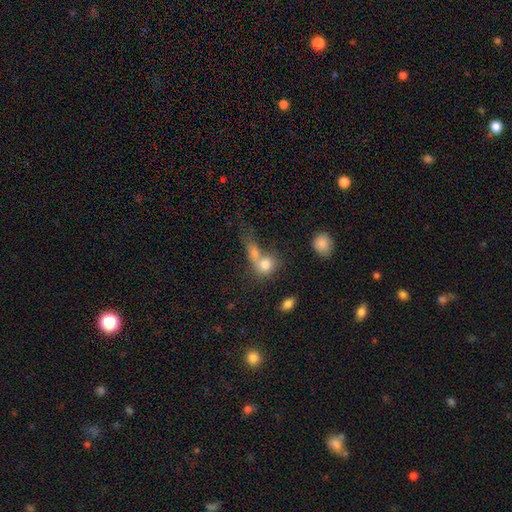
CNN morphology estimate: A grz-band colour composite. It shows a smooth galaxy with no disk features (58%) that is round (63%). Merging: merger (46%).